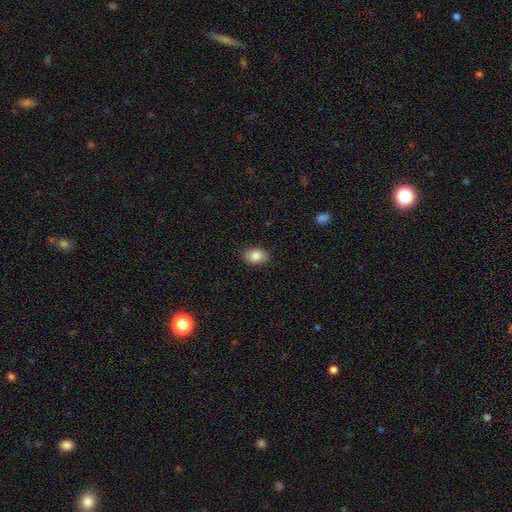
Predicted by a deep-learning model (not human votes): This is clearly a smooth galaxy (84%). How rounded: likely in between (79%). Merging: clearly none (88%).